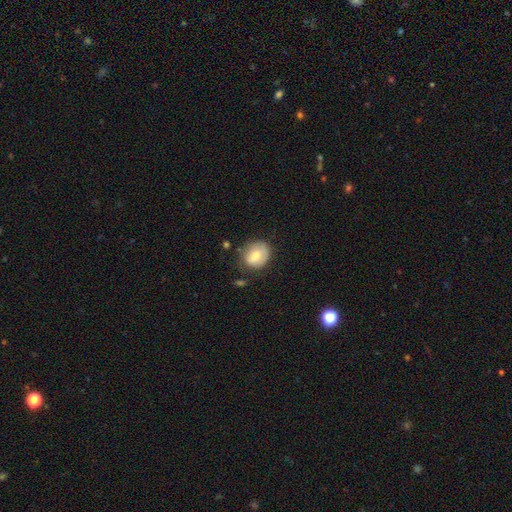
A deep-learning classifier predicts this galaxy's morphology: type=smooth (73%); roundness=round (57%); merging=none (67%).